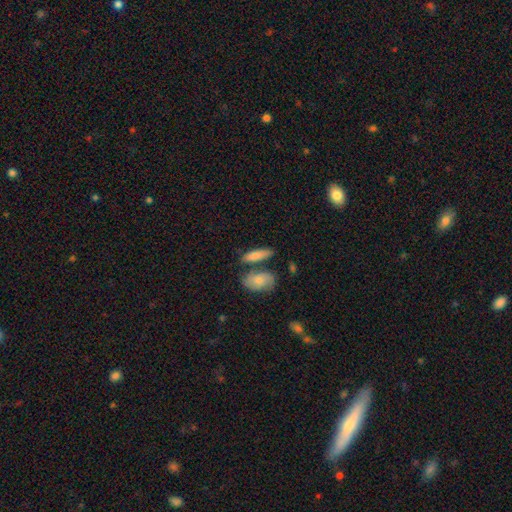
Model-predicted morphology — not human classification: A smooth galaxy with no disk features (77%) that is in between round and cigar-shaped (55%).

Vote fractions:
- Smooth or featured? smooth: 77% / featured or disk: 17% / star or artifact: 6%
- How rounded? in between: 55% / cigar-shaped: 41% / round: 4%
- Merging? none: 60% / merger: 24% / minor disturbance: 13% / major disturbance: 4%